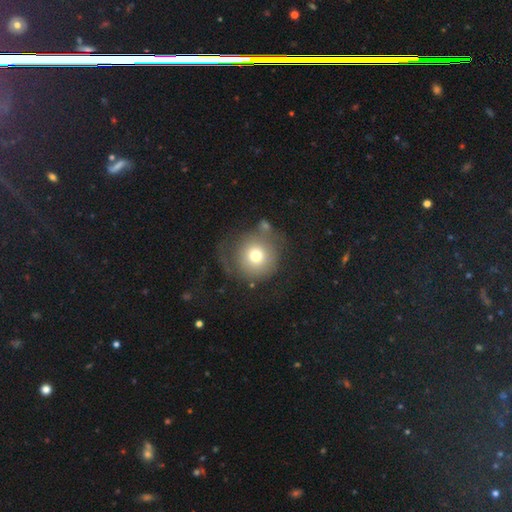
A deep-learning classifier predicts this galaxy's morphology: A smooth galaxy with no disk features (66%) that is round (93%). Merging: none (50%).